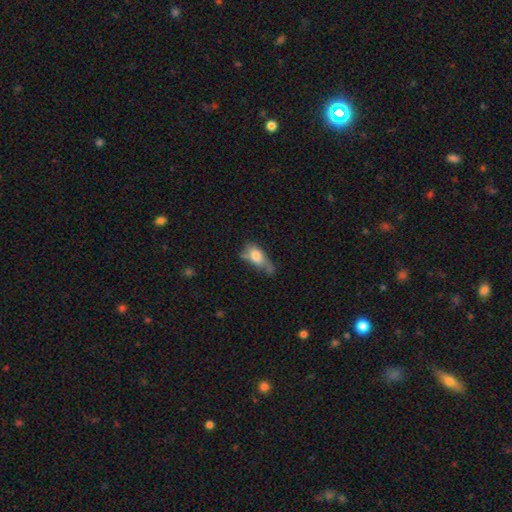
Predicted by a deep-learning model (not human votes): A smooth galaxy with no disk features (69%) that is in between round and cigar-shaped (81%). Merging: minor disturbance (33%).